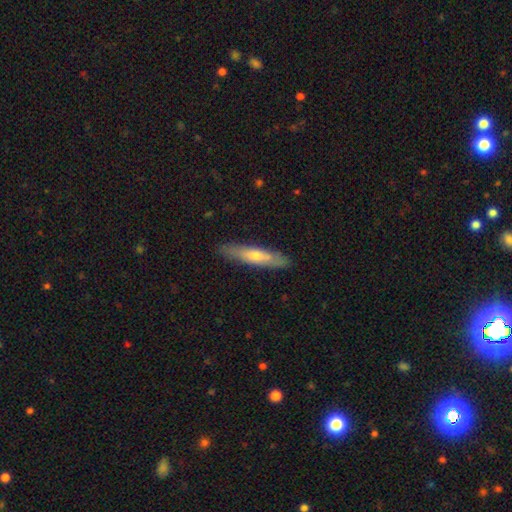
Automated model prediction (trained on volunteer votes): This appears to be a smooth galaxy with no disk features (50%). Merging: none (88%).